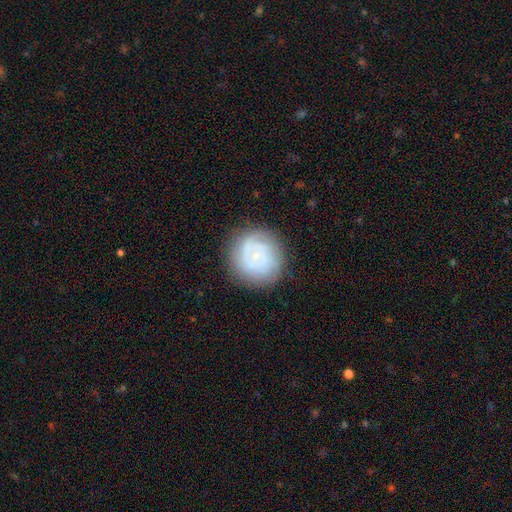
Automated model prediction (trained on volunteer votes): This is possibly a featured or disk galaxy (49%). Merging: clearly none (81%).